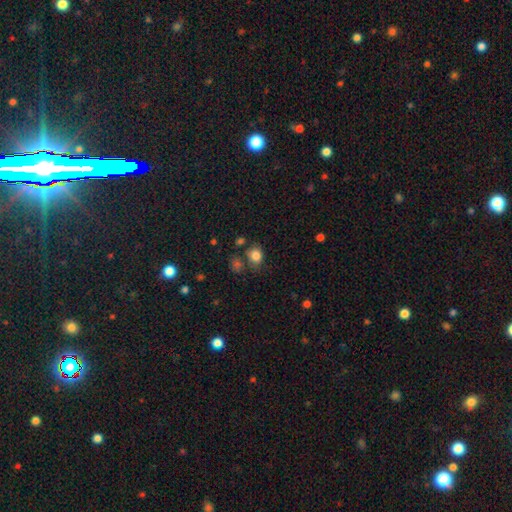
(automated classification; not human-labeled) Smooth or featured?
  - smooth: 83% *
  - star or artifact: 11%
  - featured or disk: 6%
How rounded?
  - round: 62% *
  - in between: 37%
  - cigar-shaped: 1%
Merging?
  - none: 66% *
  - minor disturbance: 17%
  - merger: 10%
  - major disturbance: 6%